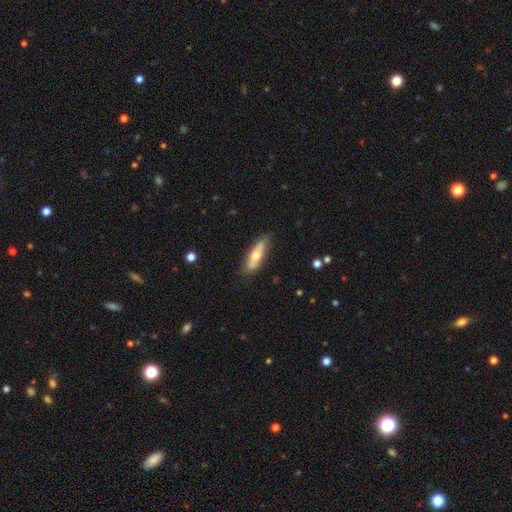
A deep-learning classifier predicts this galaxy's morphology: Smooth or featured? smooth (54%)
How rounded? cigar-shaped (57%)
Merging? none (74%)